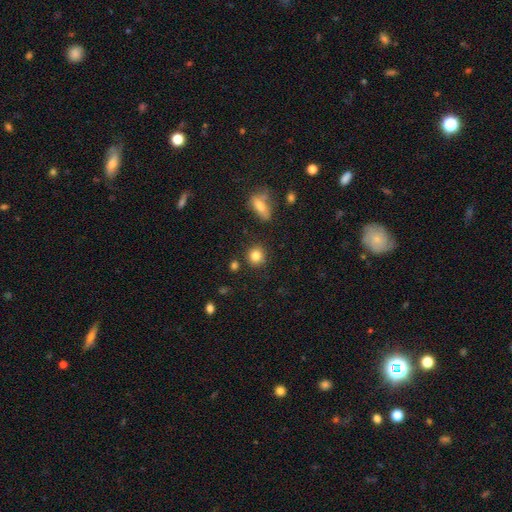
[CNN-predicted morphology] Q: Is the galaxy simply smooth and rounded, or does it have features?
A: smooth — 84%.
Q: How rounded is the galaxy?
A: round — 86%.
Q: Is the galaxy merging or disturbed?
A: none — 83%.